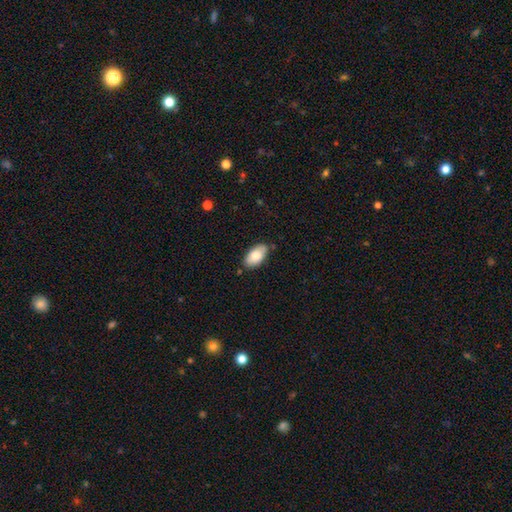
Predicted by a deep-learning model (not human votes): The model was most divided on "smooth or featured": smooth: 79%, featured or disk: 15%, star or artifact: 6%. More confident: how rounded — in between (95%); merging — none (80%).